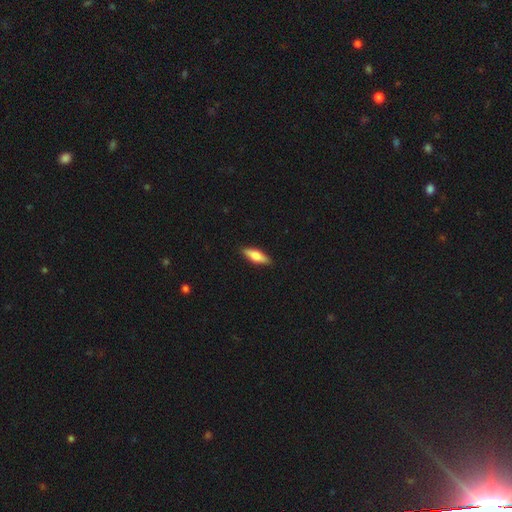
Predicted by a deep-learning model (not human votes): The model was most divided on "how rounded": cigar-shaped: 50%, in between: 48%, round: 2%. More confident: merging — none (89%); smooth or featured — smooth (67%).